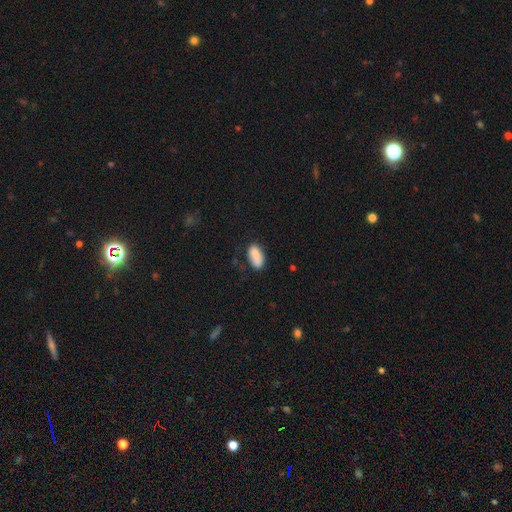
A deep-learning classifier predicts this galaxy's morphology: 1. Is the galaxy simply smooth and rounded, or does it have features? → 86% smooth, 7% star or artifact, 7% featured or disk.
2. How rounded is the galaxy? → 91% in between, 6% cigar-shaped, 3% round.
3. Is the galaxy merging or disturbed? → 67% none, 22% minor disturbance, 6% major disturbance, 5% merger.